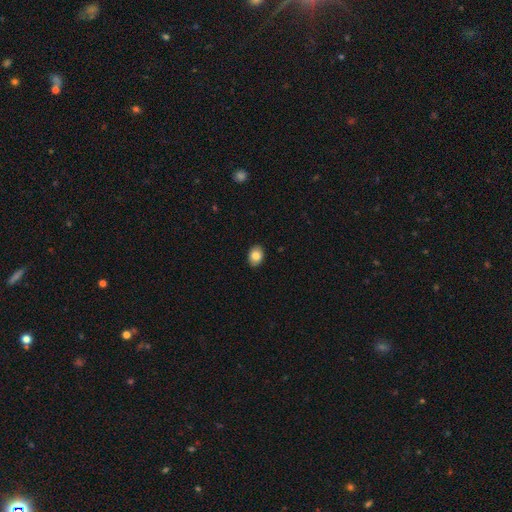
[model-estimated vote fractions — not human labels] This is clearly a smooth galaxy (85%). How rounded: likely in between (70%). Merging: clearly none (90%).